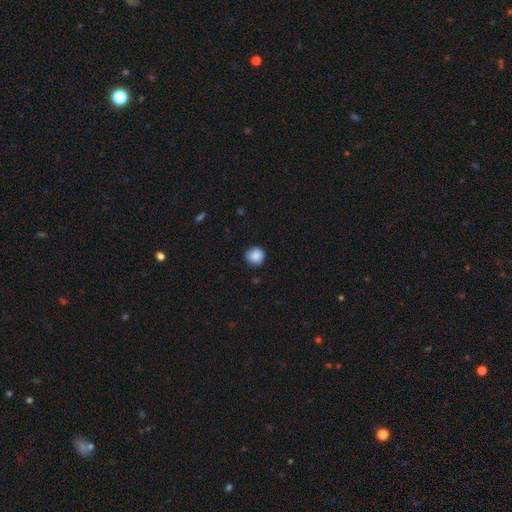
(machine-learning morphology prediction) smooth_or_featured: smooth (p=0.88) [alt: star or artifact p=0.08]
how_rounded: round (p=0.92) [alt: in between p=0.08]
merging: none (p=0.83) [alt: minor disturbance p=0.13]